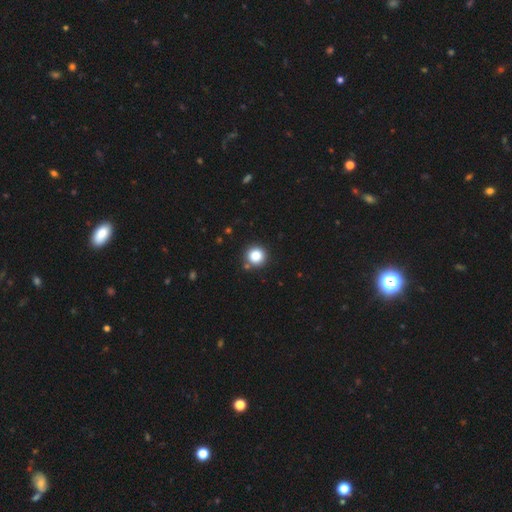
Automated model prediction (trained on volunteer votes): Overall: smooth (84%). How rounded: round (94%). Merging: none (87%).